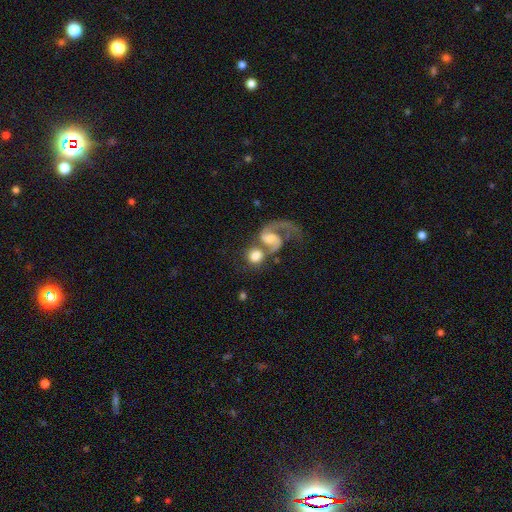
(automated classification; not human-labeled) smooth_or_featured: smooth (p=0.47) [alt: featured or disk p=0.45]
merging: merger (p=0.51) [alt: none p=0.30]